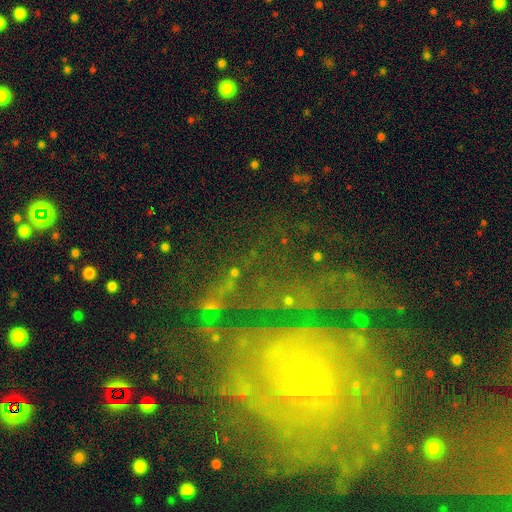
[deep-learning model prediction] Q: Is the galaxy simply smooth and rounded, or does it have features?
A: featured or disk — 81%.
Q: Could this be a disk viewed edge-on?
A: no — 97%.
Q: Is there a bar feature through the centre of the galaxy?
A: no — 70%.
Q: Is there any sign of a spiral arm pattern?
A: yes — 93%.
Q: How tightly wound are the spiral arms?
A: tight — 68%.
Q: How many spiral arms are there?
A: can't tell — 36%.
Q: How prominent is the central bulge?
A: small — 84%.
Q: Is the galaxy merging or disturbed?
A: none — 62%.